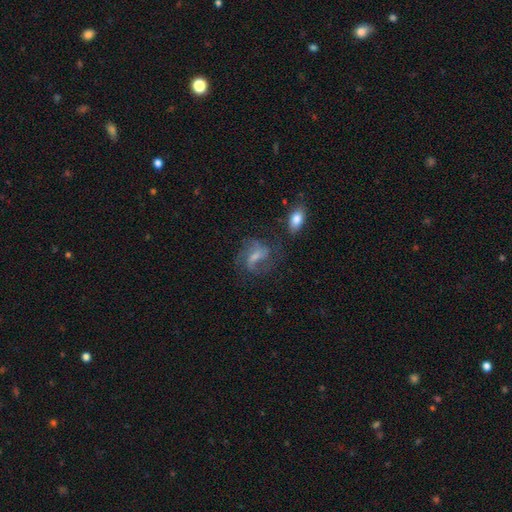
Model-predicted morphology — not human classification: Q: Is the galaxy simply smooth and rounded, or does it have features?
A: featured or disk — 65%.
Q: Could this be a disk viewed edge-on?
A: no — 96%.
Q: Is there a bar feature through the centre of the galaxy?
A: weak — 49%.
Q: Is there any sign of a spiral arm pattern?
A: yes — 84%.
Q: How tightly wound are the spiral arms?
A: medium — 46%.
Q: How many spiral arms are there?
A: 2 — 54%.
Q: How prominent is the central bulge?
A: small — 41%.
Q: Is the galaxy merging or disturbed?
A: none — 51%.